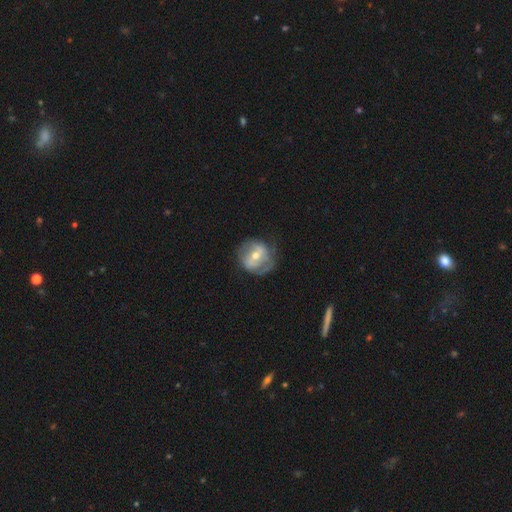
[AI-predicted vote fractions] This is likely a featured or disk galaxy (69%). It is clearly not viewed edge-on (96%). Bar: marginally weak (40%). Spiral arm pattern: likely yes (69%). Central bulge: possibly moderate (59%). Merging: likely none (63%).